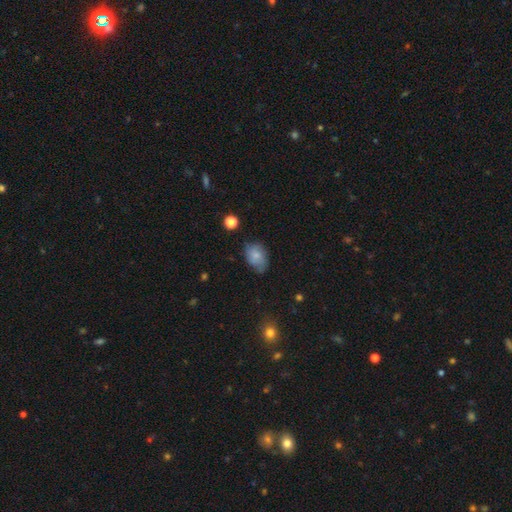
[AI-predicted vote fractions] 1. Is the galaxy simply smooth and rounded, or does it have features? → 72% smooth, 19% featured or disk, 9% star or artifact.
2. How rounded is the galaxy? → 79% in between, 20% round, 1% cigar-shaped.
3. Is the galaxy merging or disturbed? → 58% none, 31% minor disturbance, 8% major disturbance, 2% merger.